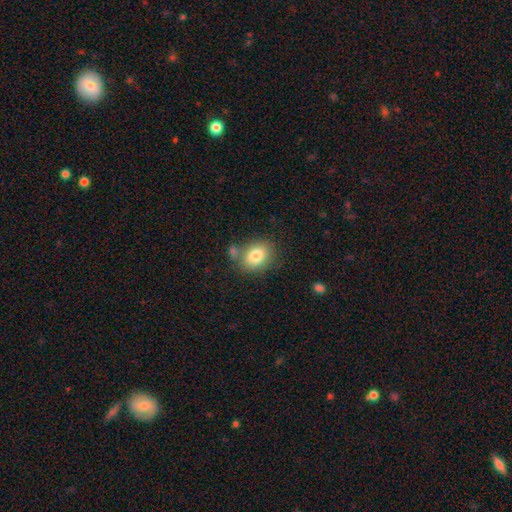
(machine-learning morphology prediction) Q: Smooth or featured?
A: smooth (81%); runner-up: featured or disk (10%)
Q: How rounded?
A: in between (63%); runner-up: round (36%)
Q: Merging?
A: none (69%); runner-up: minor disturbance (15%)